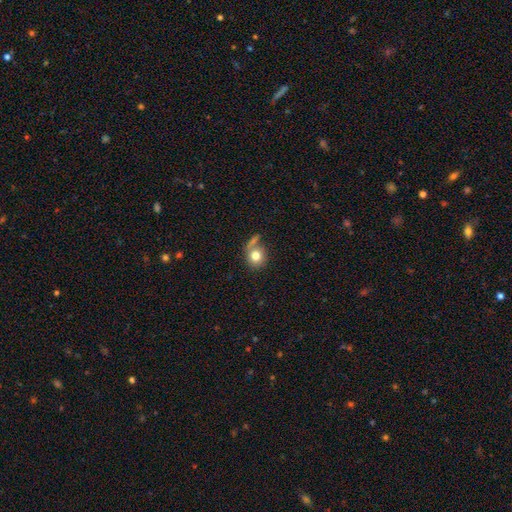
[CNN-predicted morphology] This is likely a smooth galaxy (78%). How rounded: likely round (74%). Merging: possibly none (49%).